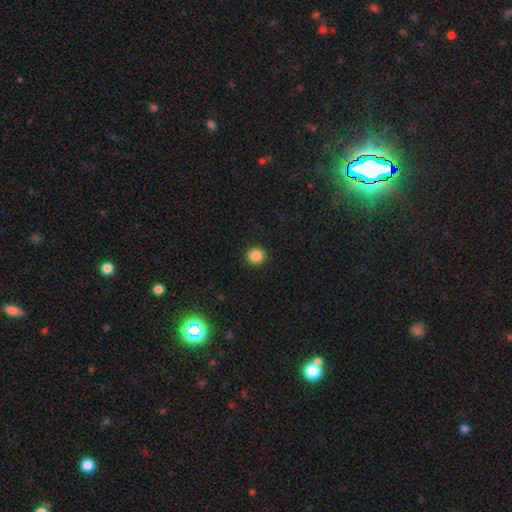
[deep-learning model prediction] Smooth or featured? Predicted: smooth (p=0.87). How rounded? Predicted: round (p=0.92). Merging? Predicted: none (p=0.93).